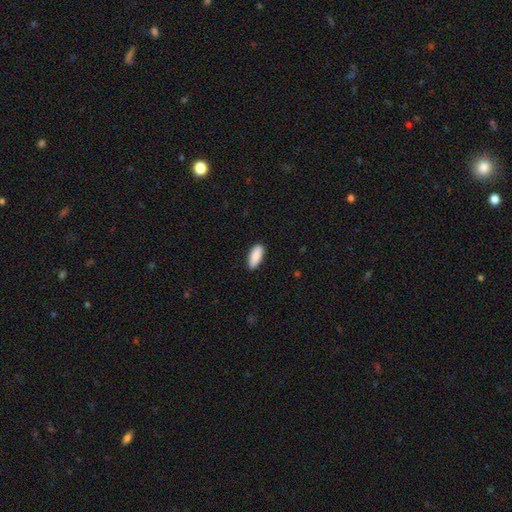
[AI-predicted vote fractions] The model was most divided on "how rounded": in between: 84%, cigar-shaped: 14%, round: 2%. More confident: smooth or featured — smooth (91%); merging — none (87%).